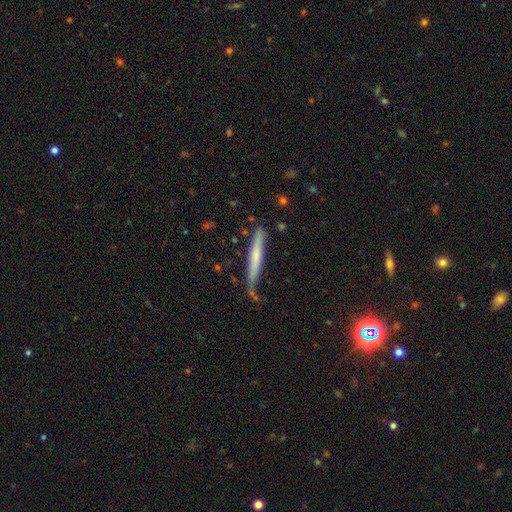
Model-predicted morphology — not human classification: The model was most divided on "smooth or featured": smooth: 51%, featured or disk: 43%, star or artifact: 6%. More confident: how rounded — cigar-shaped (96%); merging — none (60%).